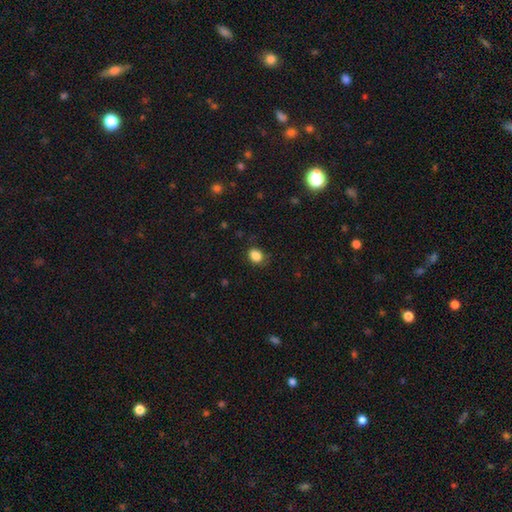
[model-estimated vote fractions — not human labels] smooth 86%, star or artifact 10%, featured or disk 4%. Down the decision tree: how rounded — in between (62%); merging — none (74%).